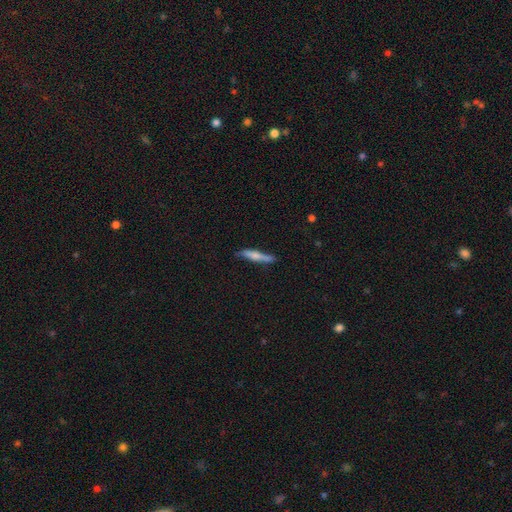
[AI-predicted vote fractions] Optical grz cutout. It shows a smooth galaxy with no disk features (55%) that is cigar-shaped (92%). Merging: none (75%).